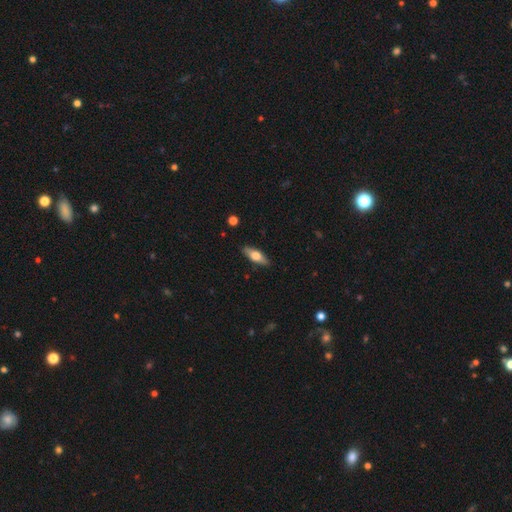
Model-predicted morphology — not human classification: Overall: smooth (56%; featured or disk 38%). How rounded: in between (62%; cigar-shaped 35%). Merging: none (87%).